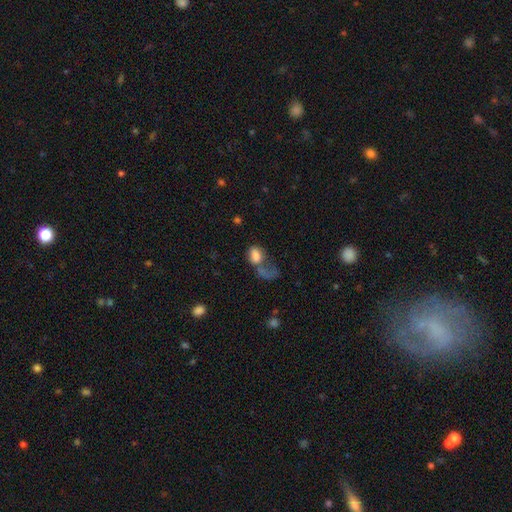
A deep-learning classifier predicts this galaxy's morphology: Q: Smooth or featured?
A: smooth (72%); runner-up: featured or disk (18%)
Q: How rounded?
A: in between (80%); runner-up: round (18%)
Q: Merging?
A: major disturbance (39%); runner-up: merger (31%)